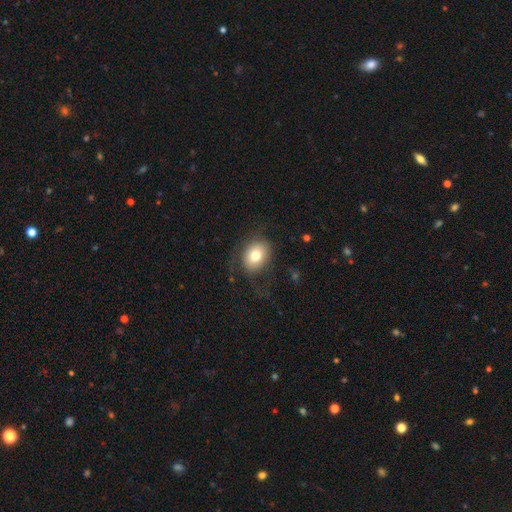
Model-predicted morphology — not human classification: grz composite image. It shows a smooth galaxy with no disk features (76%) that is in between round and cigar-shaped (54%). Merging: none (72%).